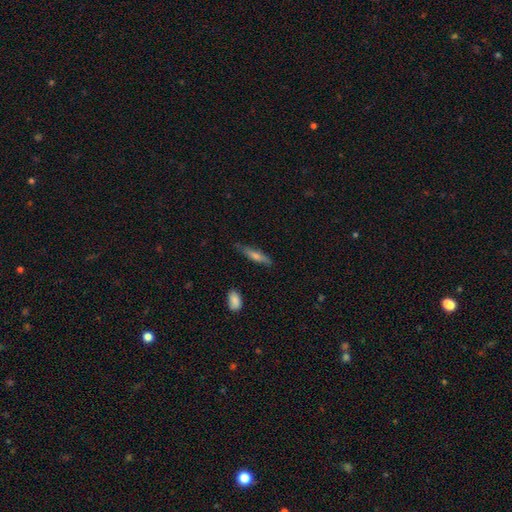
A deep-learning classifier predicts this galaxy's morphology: Smooth or featured? featured or disk (50%)
Merging? none (82%)